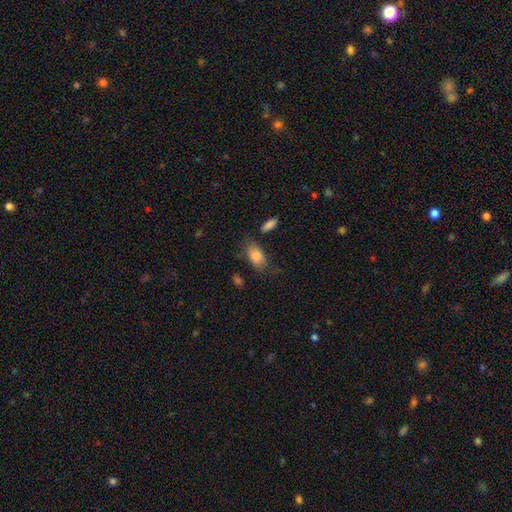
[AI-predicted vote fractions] Smooth or featured? smooth (82%)
How rounded? in between (89%)
Merging? none (65%)